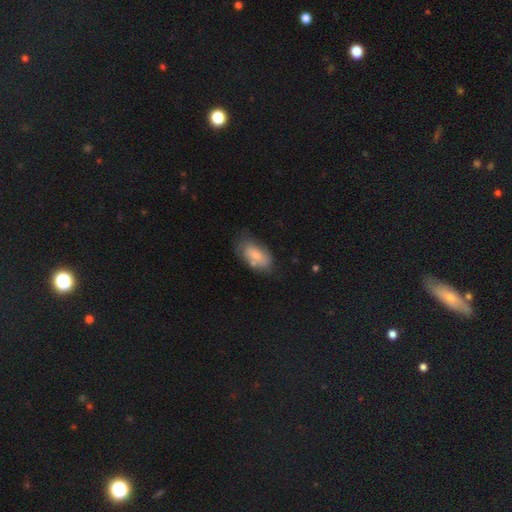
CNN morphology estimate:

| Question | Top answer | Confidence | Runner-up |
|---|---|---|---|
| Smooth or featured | smooth | 73% | featured or disk (20%) |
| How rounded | in between | 92% | round (4%) |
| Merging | none | 57% | minor disturbance (27%) |